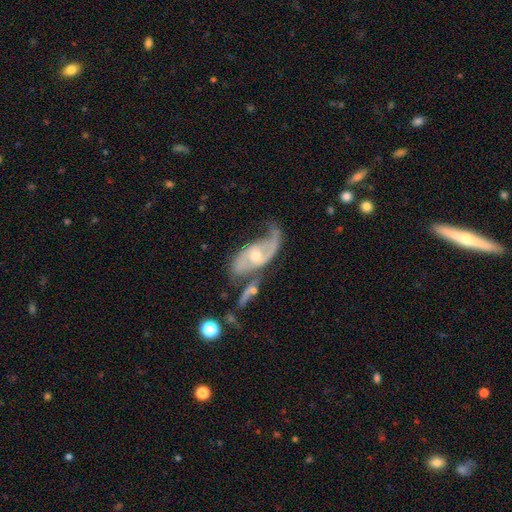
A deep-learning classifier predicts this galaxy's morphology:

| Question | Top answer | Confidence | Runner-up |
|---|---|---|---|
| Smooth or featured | featured or disk | 83% | smooth (11%) |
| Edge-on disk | no | 93% | yes (7%) |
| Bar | no | 53% | weak (37%) |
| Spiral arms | yes | 92% | no (8%) |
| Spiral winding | loose | 43% | medium (39%) |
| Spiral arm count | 2 | 75% | 1 (13%) |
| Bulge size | moderate | 54% | small (40%) |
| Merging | none | 36% | major disturbance (23%) |